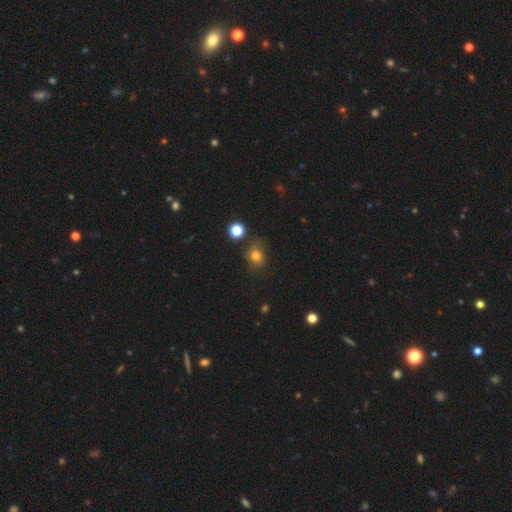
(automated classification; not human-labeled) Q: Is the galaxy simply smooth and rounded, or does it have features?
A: smooth — 75%.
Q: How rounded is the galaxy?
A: round — 60%.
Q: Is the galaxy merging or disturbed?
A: none — 68%.